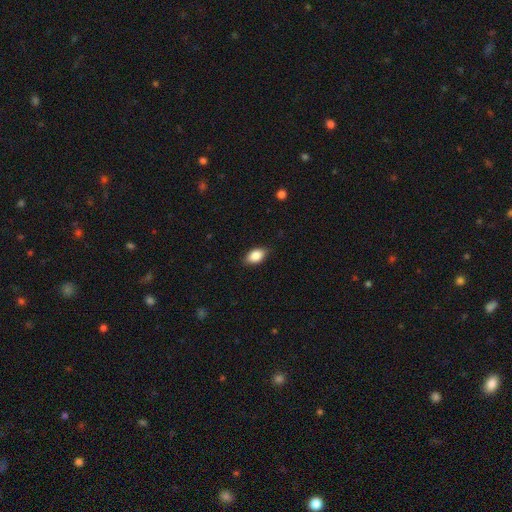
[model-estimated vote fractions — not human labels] This is clearly a smooth galaxy (85%). How rounded: clearly in between (89%). Merging: clearly none (83%).